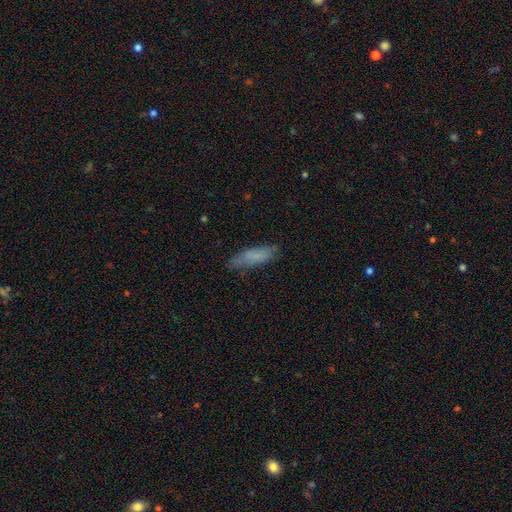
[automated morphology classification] The model was most divided on "how rounded": cigar-shaped: 54%, in between: 44%, round: 2%. More confident: smooth or featured — smooth (76%); merging — none (72%).